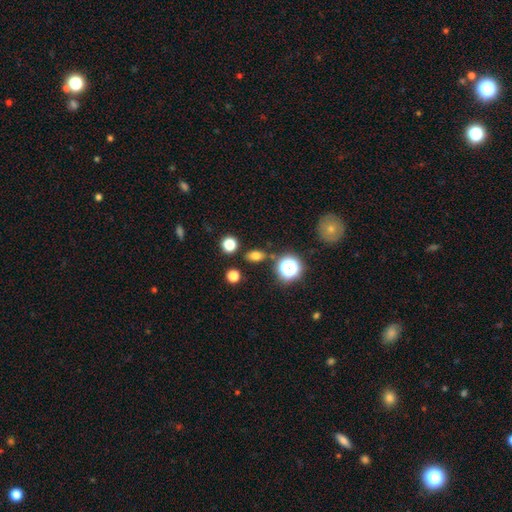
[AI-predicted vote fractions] Smooth or featured?
  - smooth: 70% *
  - star or artifact: 19%
  - featured or disk: 11%
How rounded?
  - in between: 72% *
  - round: 24%
  - cigar-shaped: 4%
Merging?
  - none: 82% *
  - minor disturbance: 10%
  - merger: 5%
  - major disturbance: 3%